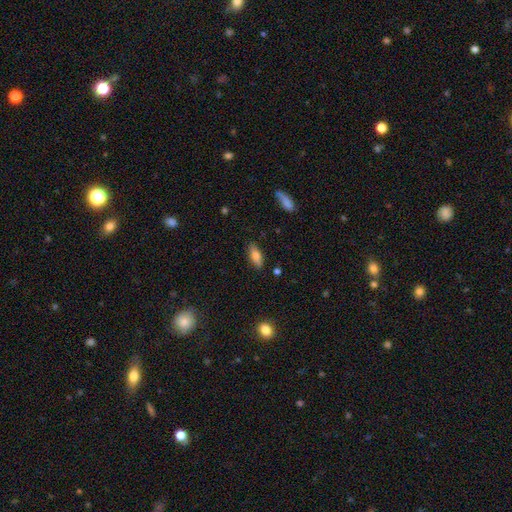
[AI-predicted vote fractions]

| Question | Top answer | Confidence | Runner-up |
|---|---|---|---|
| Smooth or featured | smooth | 73% | featured or disk (20%) |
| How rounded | in between | 68% | cigar-shaped (30%) |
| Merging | none | 86% | minor disturbance (11%) |